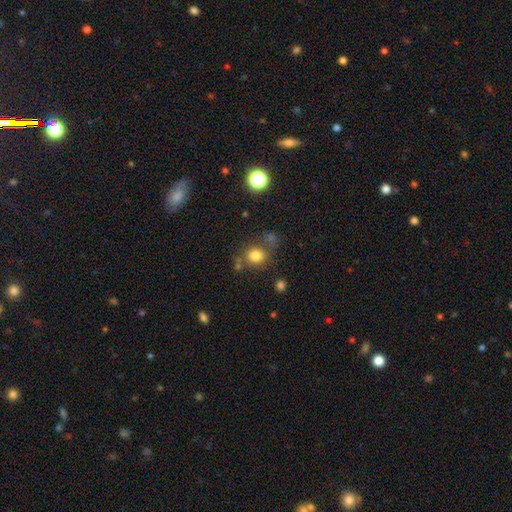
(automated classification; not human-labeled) smooth_or_featured: smooth (p=0.78) [alt: star or artifact p=0.14]
how_rounded: round (p=0.71) [alt: in between p=0.28]
merging: none (p=0.66) [alt: minor disturbance p=0.14]